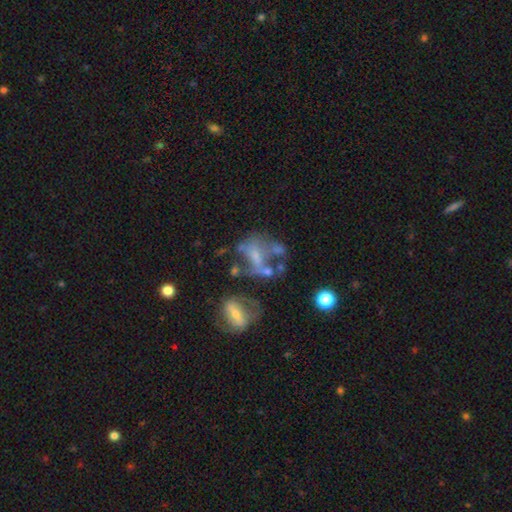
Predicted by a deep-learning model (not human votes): This is possibly a featured or disk galaxy (52%). It is clearly not viewed edge-on (96%). Merging: marginally major disturbance (33%).